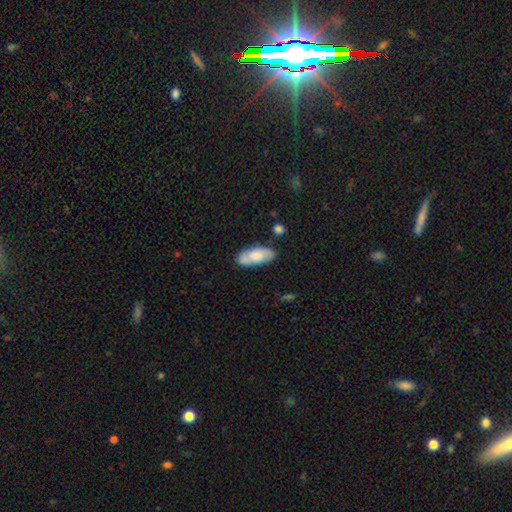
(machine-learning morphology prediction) Smooth or featured?
  - smooth: 70% *
  - featured or disk: 24%
  - star or artifact: 6%
How rounded?
  - in between: 84% *
  - cigar-shaped: 14%
  - round: 2%
Merging?
  - none: 72% *
  - minor disturbance: 17%
  - merger: 6%
  - major disturbance: 4%